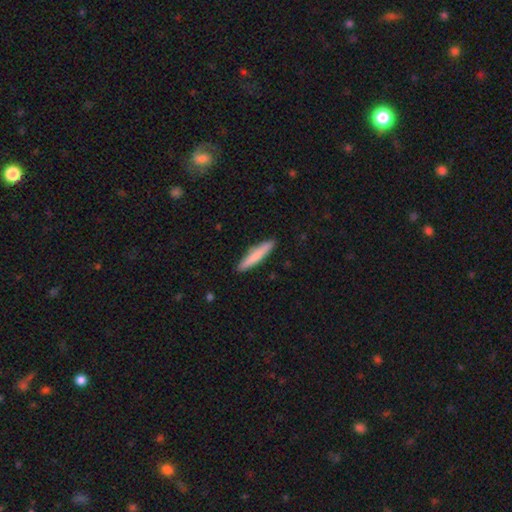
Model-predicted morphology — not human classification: Smooth or featured: smooth — 79% (featured or disk — 16%)
How rounded: cigar-shaped — 92% (in between — 7%)
Merging: none — 91% (minor disturbance — 7%)